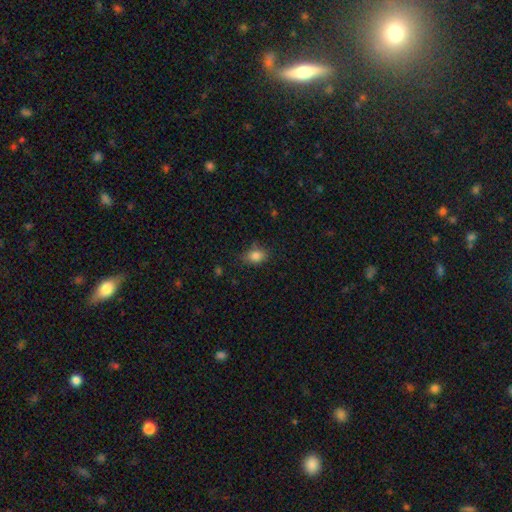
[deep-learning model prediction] The model was most divided on "how rounded": in between: 68%, round: 30%, cigar-shaped: 1%. More confident: smooth or featured — smooth (83%); merging — none (71%).